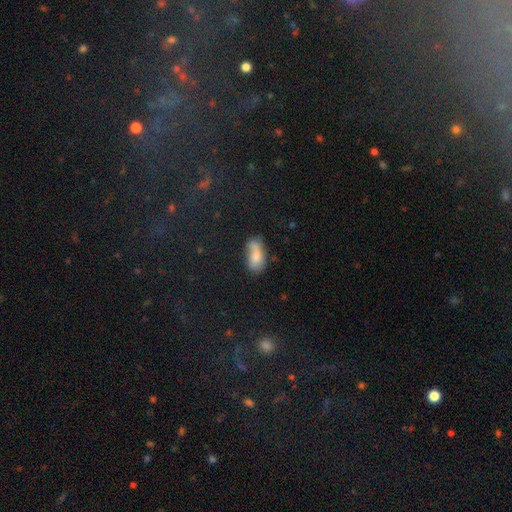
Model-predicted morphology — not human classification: Q: Smooth or featured?
A: smooth (73%); runner-up: featured or disk (18%)
Q: How rounded?
A: in between (89%); runner-up: cigar-shaped (6%)
Q: Merging?
A: none (43%); runner-up: minor disturbance (29%)